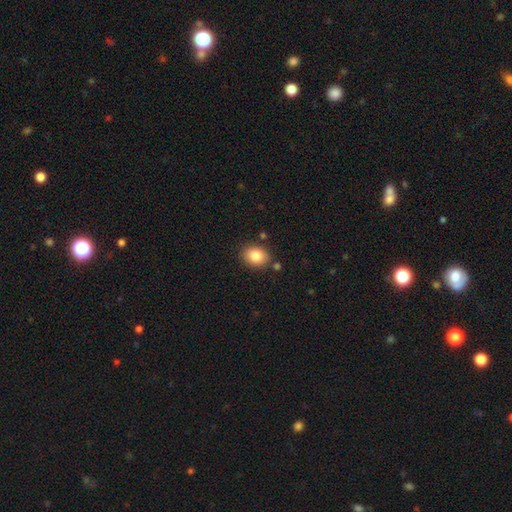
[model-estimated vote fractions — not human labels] The model was most divided on "how rounded": in between: 52%, round: 47%, cigar-shaped: 1%. More confident: smooth or featured — smooth (84%); merging — none (83%).